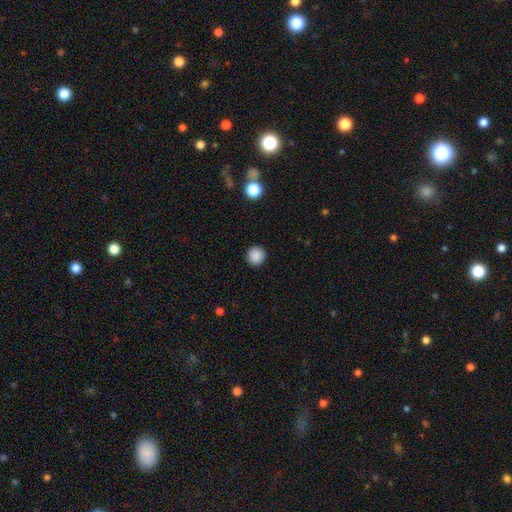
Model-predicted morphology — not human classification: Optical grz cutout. It shows a smooth galaxy with no disk features (88%) that is round (95%). Merging: none (92%).